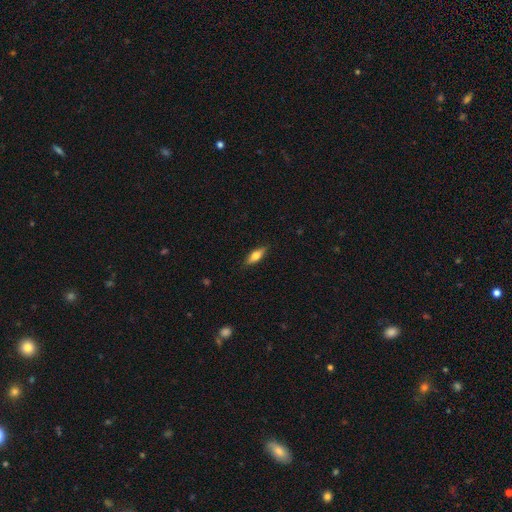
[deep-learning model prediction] A smooth galaxy with no disk features (64%) that is in between round and cigar-shaped (61%). Merging: none (87%).